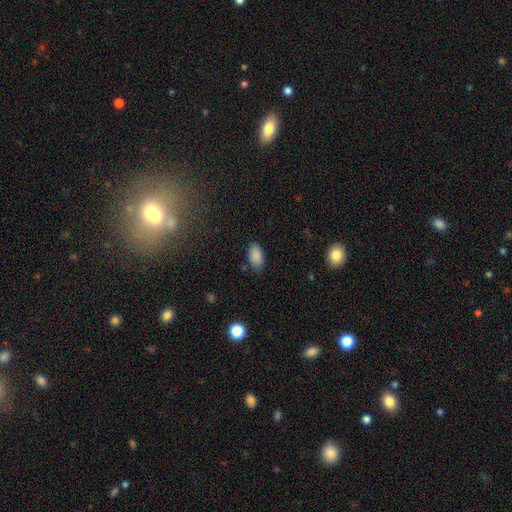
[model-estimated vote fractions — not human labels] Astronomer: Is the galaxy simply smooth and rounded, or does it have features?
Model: smooth — 87%.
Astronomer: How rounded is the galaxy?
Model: in between — 94%.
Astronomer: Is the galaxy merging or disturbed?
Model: none — 80%.